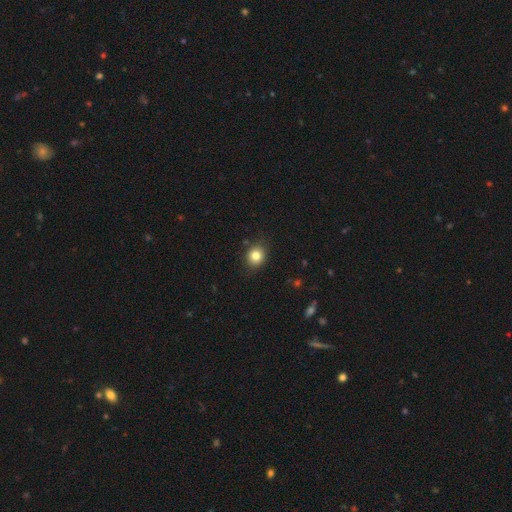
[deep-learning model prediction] The model was most divided on "how rounded": round: 71%, in between: 28%, cigar-shaped: 1%. More confident: merging — none (85%); smooth or featured — smooth (82%).